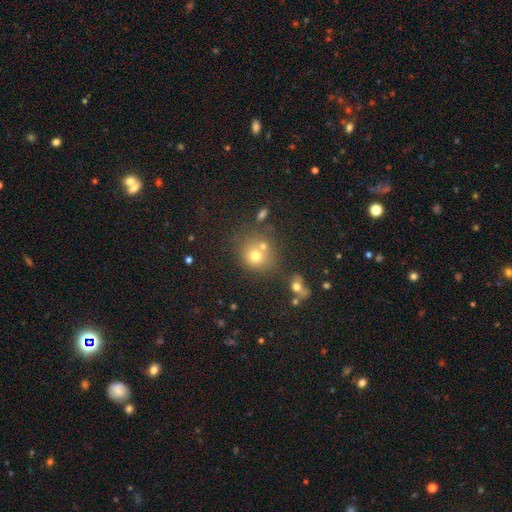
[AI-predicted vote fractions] Morphology: type=smooth (67%); roundness=round (82%); merging=none (54%).